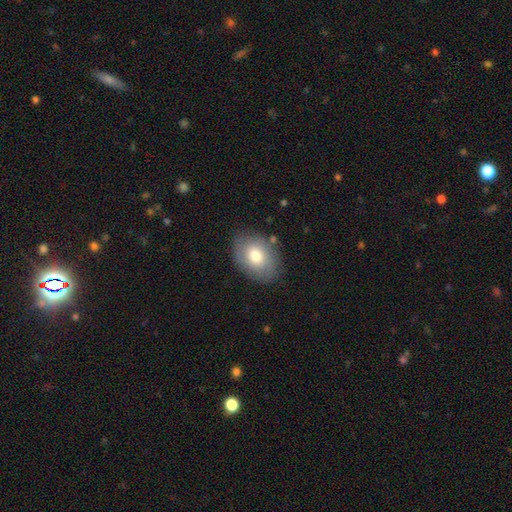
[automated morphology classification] A smooth galaxy with no disk features (73%) that is in between round and cigar-shaped (74%).

Vote fractions:
- Smooth or featured? smooth: 73% / featured or disk: 19% / star or artifact: 7%
- How rounded? in between: 74% / round: 25% / cigar-shaped: 1%
- Merging? none: 79% / minor disturbance: 15% / major disturbance: 4% / merger: 2%